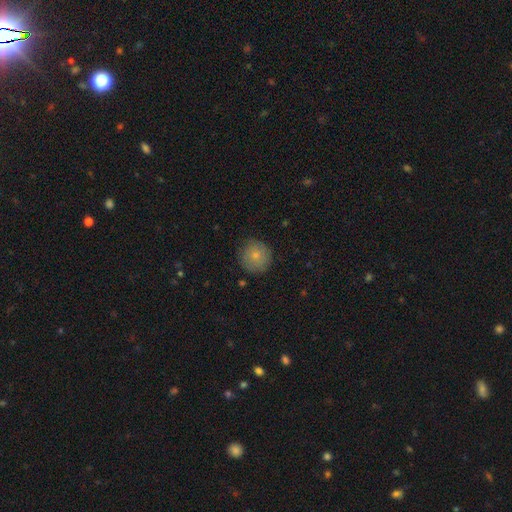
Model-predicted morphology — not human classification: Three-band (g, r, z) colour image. It shows a smooth galaxy with no disk features (78%) that is round (93%). Merging: none (84%).